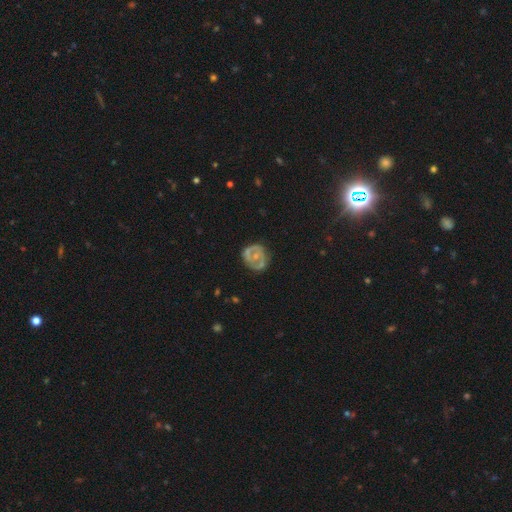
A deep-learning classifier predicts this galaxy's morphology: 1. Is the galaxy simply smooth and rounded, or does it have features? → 59% featured or disk, 34% smooth, 8% star or artifact.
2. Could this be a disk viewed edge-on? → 97% no, 3% yes.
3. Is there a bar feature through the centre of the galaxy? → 81% no, 14% weak, 5% strong.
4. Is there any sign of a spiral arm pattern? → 73% no, 27% yes.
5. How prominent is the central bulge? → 47% small, 43% moderate, 6% none, 2% large, 1% dominant.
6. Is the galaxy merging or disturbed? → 63% none, 23% minor disturbance, 11% major disturbance, 3% merger.